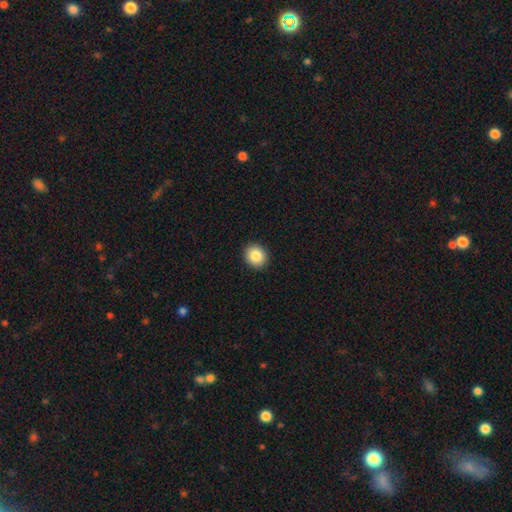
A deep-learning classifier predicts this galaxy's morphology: Q: Smooth or featured?
A: smooth (85%); runner-up: star or artifact (9%)
Q: How rounded?
A: round (76%); runner-up: in between (23%)
Q: Merging?
A: none (92%); runner-up: minor disturbance (5%)